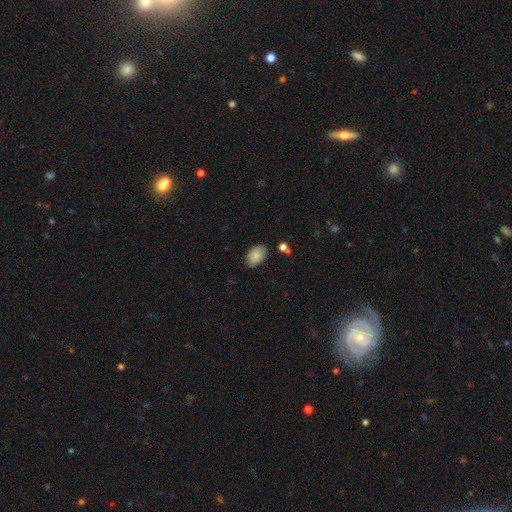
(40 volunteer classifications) smooth 88%, star or artifact 10%, featured or disk 2%. Down the decision tree: how rounded — in between (86%); merging — none (67%).